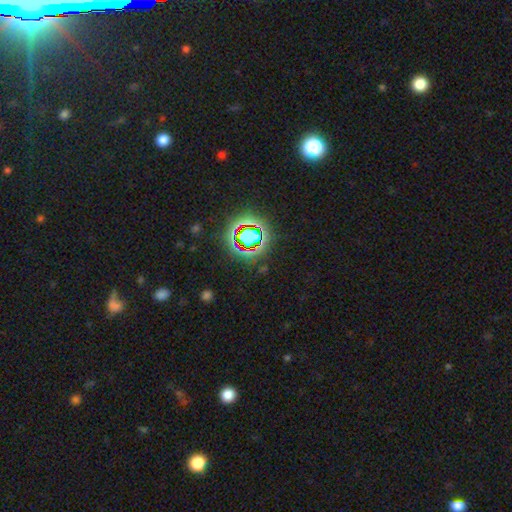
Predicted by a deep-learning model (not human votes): Smooth or featured? star or artifact (79%)